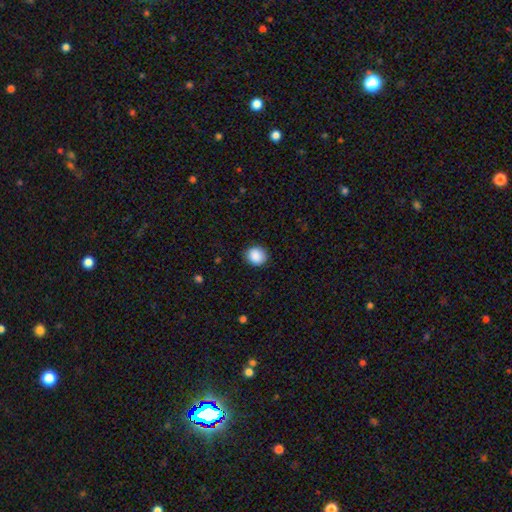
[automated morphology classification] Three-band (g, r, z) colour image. It shows a smooth galaxy with no disk features (89%) that is round (77%). Merging: none (86%).